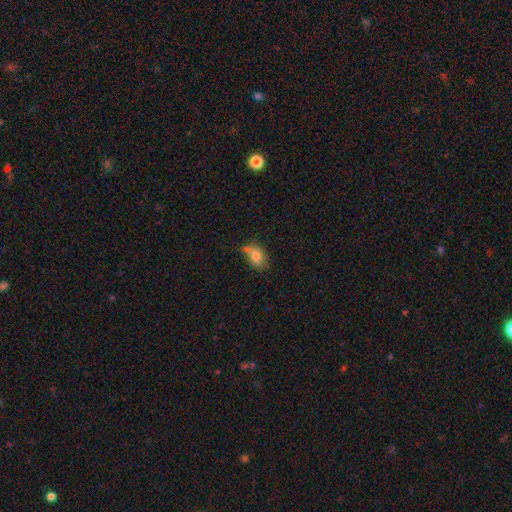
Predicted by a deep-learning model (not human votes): Morphology: type=smooth (77%); roundness=in between (73%); merging=none (38%).